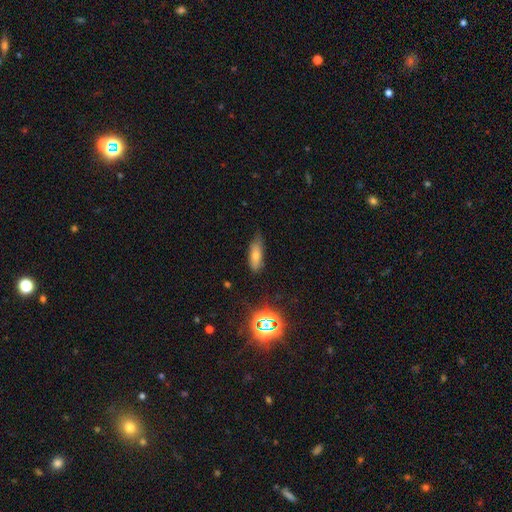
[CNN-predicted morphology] Smooth or featured: smooth — 70% (featured or disk — 16%)
How rounded: in between — 66% (cigar-shaped — 31%)
Merging: none — 69% (minor disturbance — 24%)